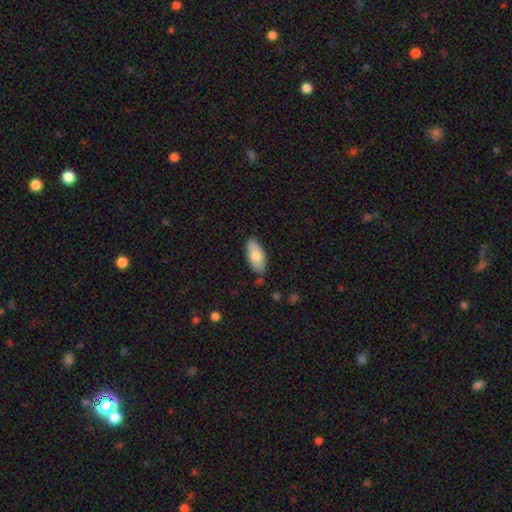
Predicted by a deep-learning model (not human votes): This appears to be a smooth galaxy with no disk features (75%) that is in between round and cigar-shaped (90%). Merging: none (84%).